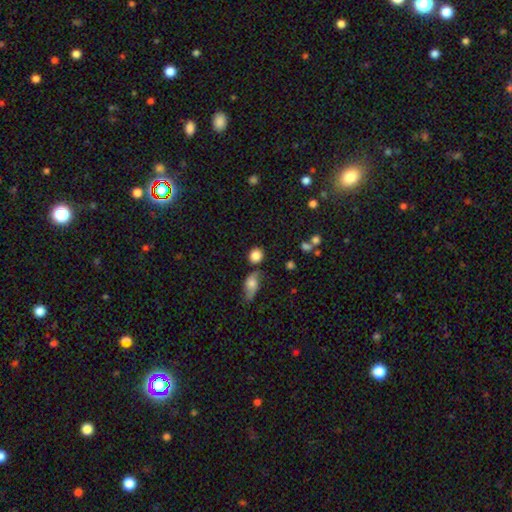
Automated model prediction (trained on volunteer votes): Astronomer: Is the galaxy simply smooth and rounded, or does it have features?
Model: smooth — 84%.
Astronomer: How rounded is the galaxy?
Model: round — 84%.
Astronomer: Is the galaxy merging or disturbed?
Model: none — 69%.